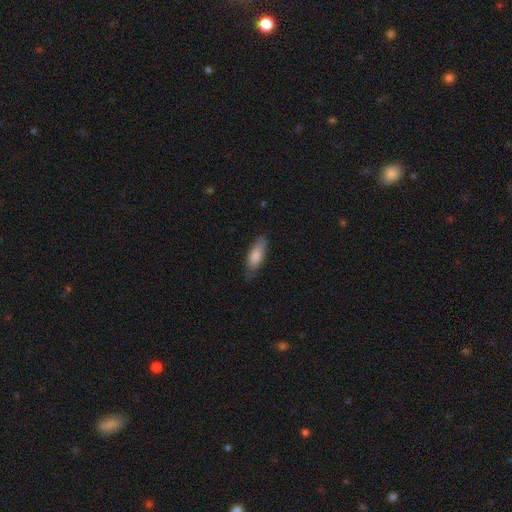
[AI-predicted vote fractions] Smooth or featured? smooth (80%)
How rounded? in between (62%)
Merging? none (74%)